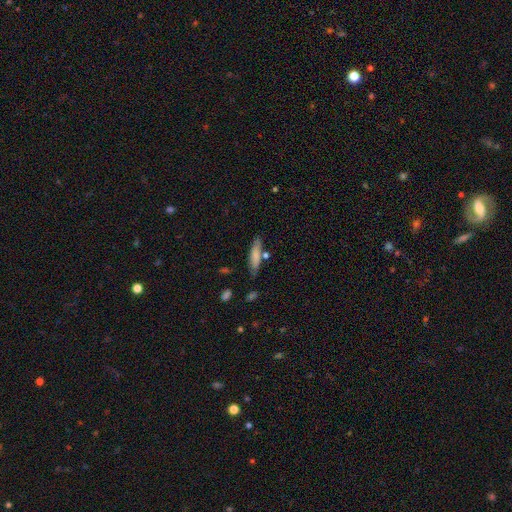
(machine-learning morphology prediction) The model was most divided on "how rounded": cigar-shaped: 71%, in between: 27%, round: 2%. More confident: smooth or featured — smooth (77%); merging — none (74%).